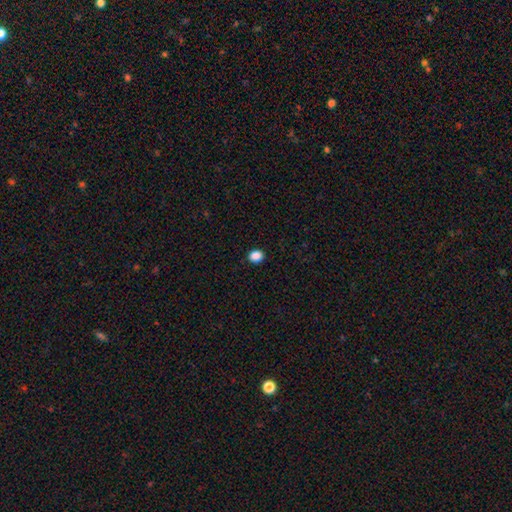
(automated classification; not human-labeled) This is clearly a smooth galaxy (88%). How rounded: likely round (62%). Merging: clearly none (91%).